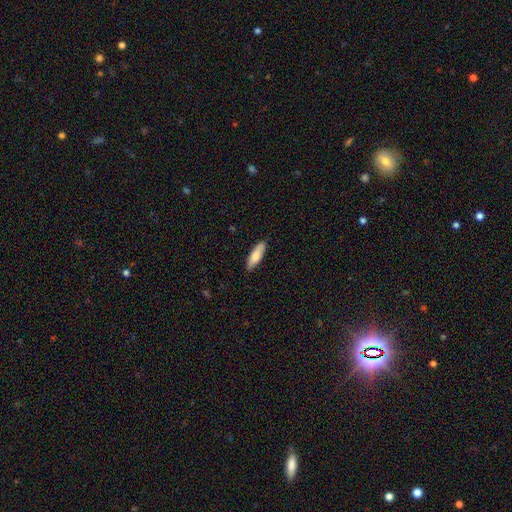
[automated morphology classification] Smooth or featured? Predicted: smooth (p=0.80). How rounded? Predicted: cigar-shaped (p=0.54). Merging? Predicted: none (p=0.87).